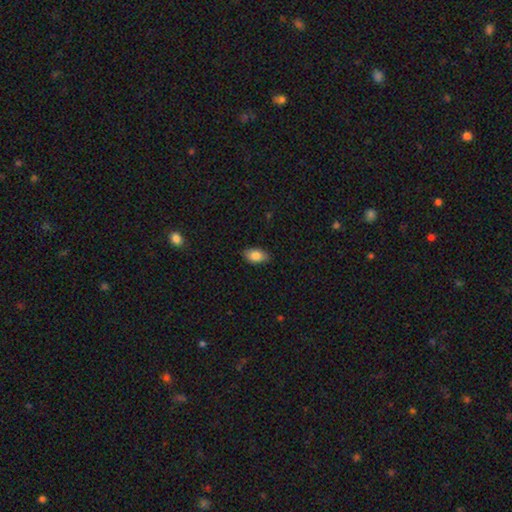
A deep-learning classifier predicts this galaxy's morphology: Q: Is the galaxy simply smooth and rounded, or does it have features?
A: smooth — 84%.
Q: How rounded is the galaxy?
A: in between — 91%.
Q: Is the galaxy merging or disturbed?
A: none — 86%.